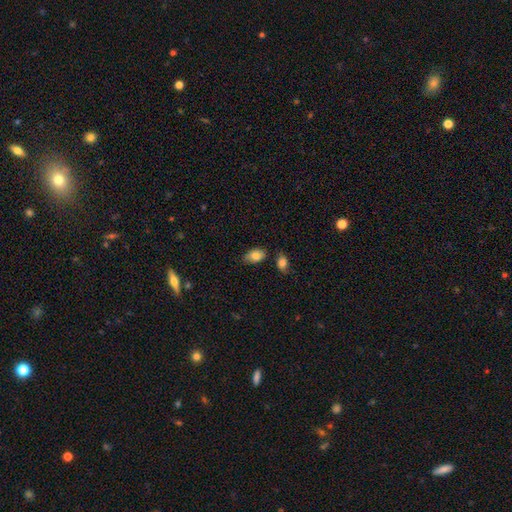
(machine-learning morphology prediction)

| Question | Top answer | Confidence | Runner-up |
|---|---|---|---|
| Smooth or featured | smooth | 84% | featured or disk (9%) |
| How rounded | in between | 92% | round (7%) |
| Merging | none | 74% | minor disturbance (17%) |